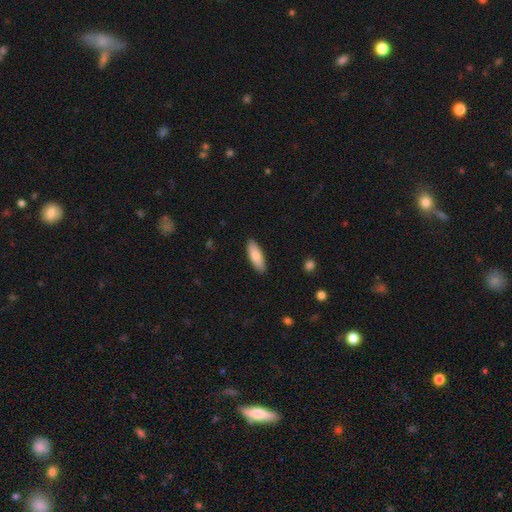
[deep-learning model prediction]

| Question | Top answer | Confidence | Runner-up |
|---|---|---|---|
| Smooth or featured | smooth | 81% | featured or disk (14%) |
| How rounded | in between | 62% | cigar-shaped (36%) |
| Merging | none | 89% | minor disturbance (8%) |